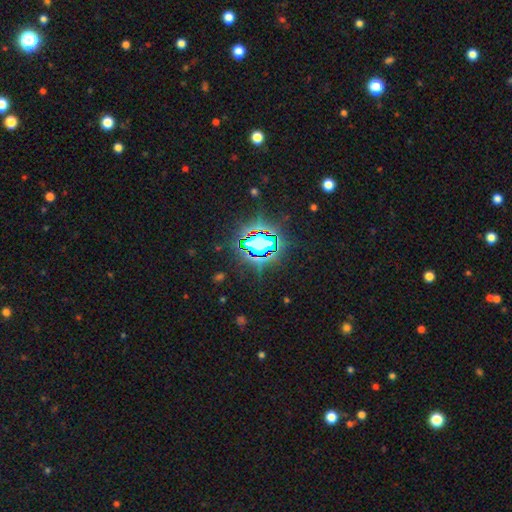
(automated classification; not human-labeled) Overall: star or artifact (81%).